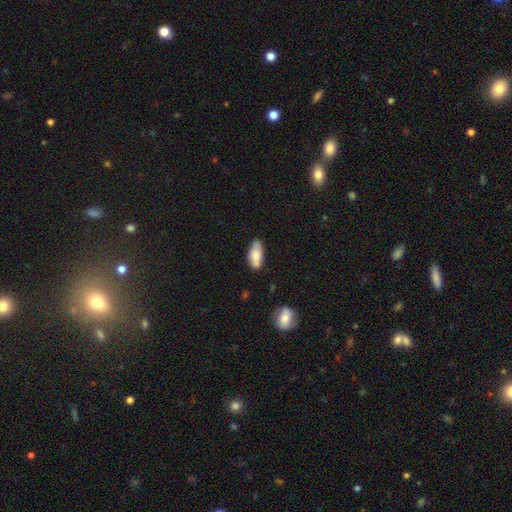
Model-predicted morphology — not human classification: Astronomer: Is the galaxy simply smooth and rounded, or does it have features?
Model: smooth — 73%.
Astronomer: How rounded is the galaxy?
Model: in between — 84%.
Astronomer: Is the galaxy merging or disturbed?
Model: none — 65%.